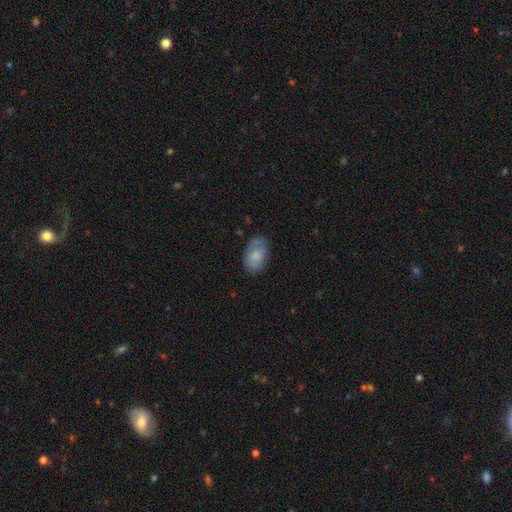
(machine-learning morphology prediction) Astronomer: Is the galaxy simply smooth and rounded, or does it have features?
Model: smooth — 77%.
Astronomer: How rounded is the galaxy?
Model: in between — 92%.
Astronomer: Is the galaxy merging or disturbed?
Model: none — 76%.